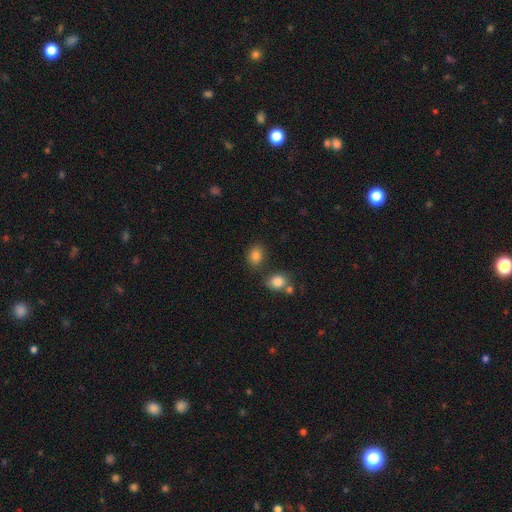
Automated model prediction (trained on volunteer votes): This appears to be a smooth galaxy with no disk features (83%) that is in between round and cigar-shaped (56%). Merging: none (71%).